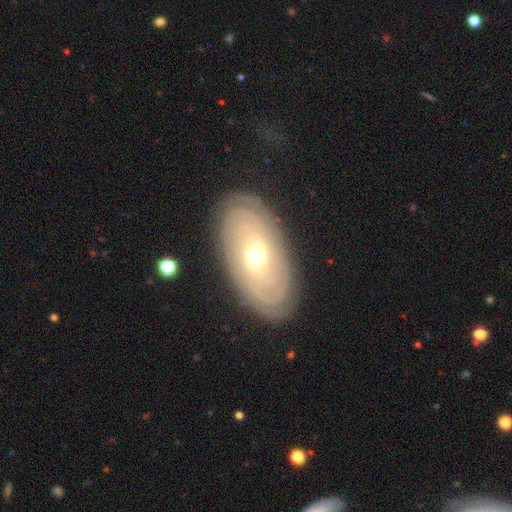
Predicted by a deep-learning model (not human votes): Morphology: type=featured or disk (75%); edge-on=no (91%); bar=no (49%); spiral arms=yes (81%); winding=tight (68%); arm count=can't tell (43%); bulge=moderate (70%); merging=none (84%).